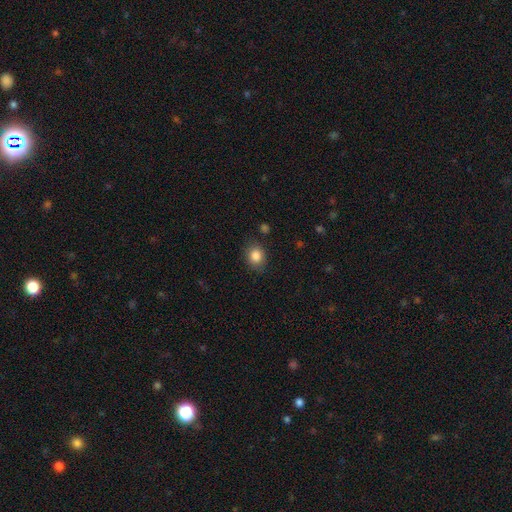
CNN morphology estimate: smooth 85%, star or artifact 9%, featured or disk 6%. Down the decision tree: how rounded — round (59%); merging — none (82%).